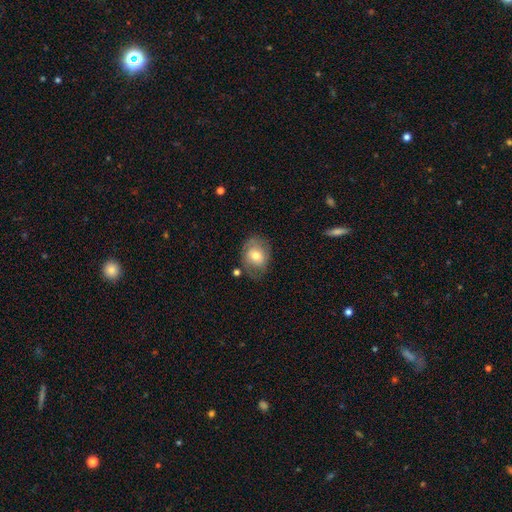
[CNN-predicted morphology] smooth-or-featured: smooth: 58% | featured or disk: 34% | star or artifact: 8%
  how-rounded: in between: 51% | round: 48% | cigar-shaped: 1%
  merging: none: 62% | minor disturbance: 24% | major disturbance: 10% | merger: 4%